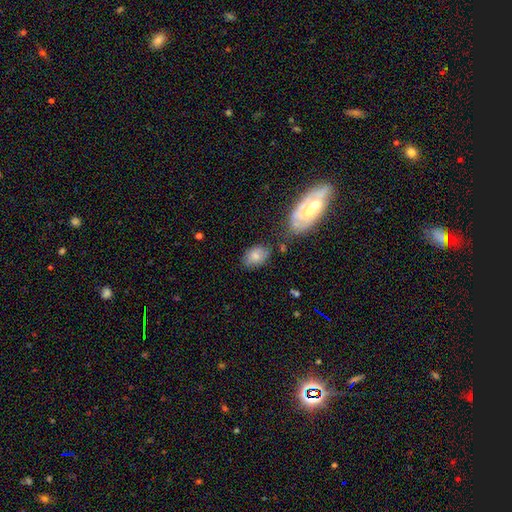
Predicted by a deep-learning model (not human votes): A smooth galaxy with no disk features (75%) that is in between round and cigar-shaped (84%).

Vote fractions:
- Smooth or featured? smooth: 75% / featured or disk: 16% / star or artifact: 8%
- How rounded? in between: 84% / round: 15% / cigar-shaped: 2%
- Merging? none: 63% / minor disturbance: 22% / merger: 8% / major disturbance: 7%